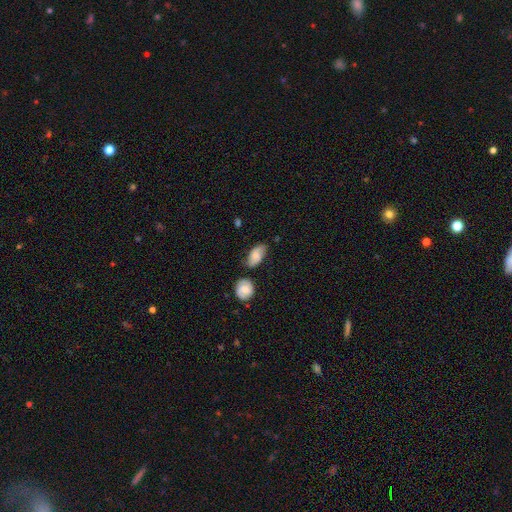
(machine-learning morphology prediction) Smooth or featured?
  - smooth: 61% *
  - featured or disk: 32%
  - star or artifact: 8%
How rounded?
  - in between: 89% *
  - round: 6%
  - cigar-shaped: 5%
Merging?
  - none: 62% *
  - minor disturbance: 24%
  - merger: 8%
  - major disturbance: 6%